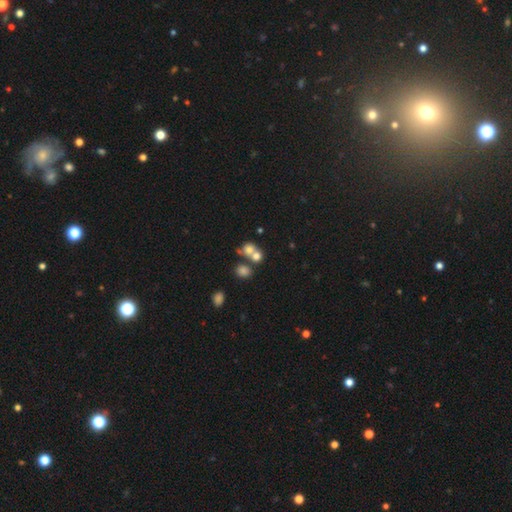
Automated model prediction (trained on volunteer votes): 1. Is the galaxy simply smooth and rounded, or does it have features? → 71% smooth, 15% featured or disk, 14% star or artifact.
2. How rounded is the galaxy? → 73% round, 26% in between, 1% cigar-shaped.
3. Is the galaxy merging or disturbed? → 54% merger, 34% none, 7% minor disturbance, 4% major disturbance.